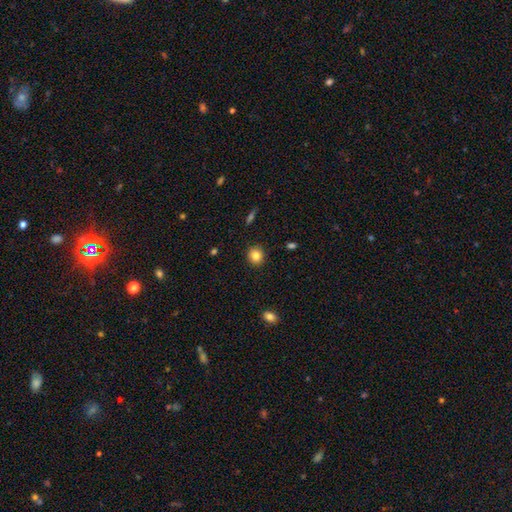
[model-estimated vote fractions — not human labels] Smooth or featured? smooth (84%)
How rounded? round (83%)
Merging? none (91%)